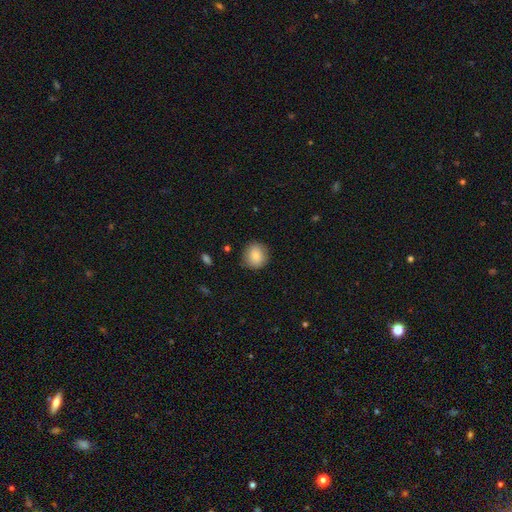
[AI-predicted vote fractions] Smooth or featured? Predicted: smooth (p=0.82). How rounded? Predicted: round (p=0.86). Merging? Predicted: none (p=0.86).